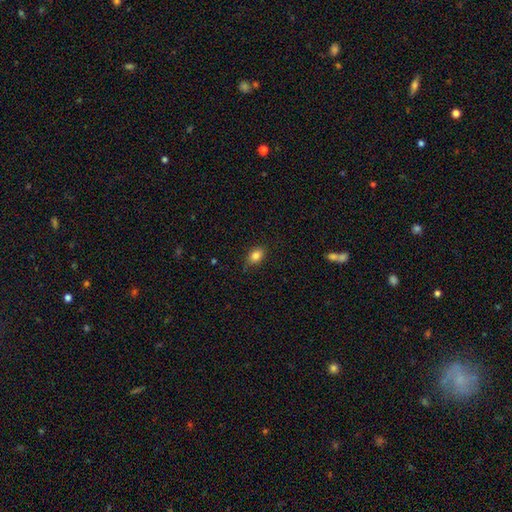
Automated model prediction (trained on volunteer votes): Overall: smooth (84%). How rounded: in between (79%). Merging: none (82%).